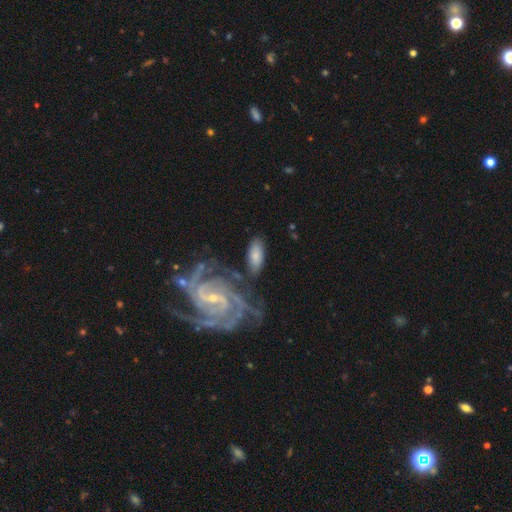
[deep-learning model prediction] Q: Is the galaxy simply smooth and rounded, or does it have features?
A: smooth — 50%.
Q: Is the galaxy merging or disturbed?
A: none — 66%.